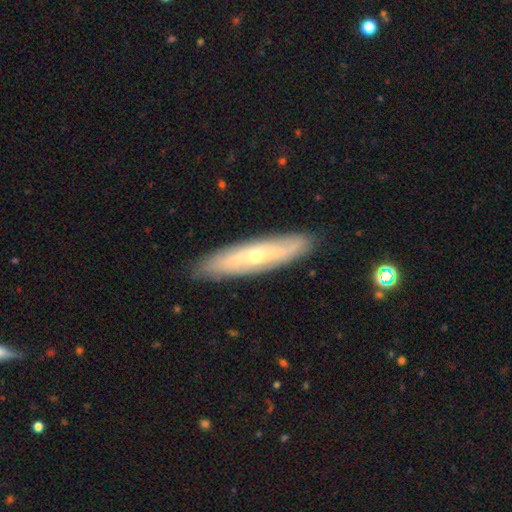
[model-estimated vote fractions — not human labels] Q: Smooth or featured?
A: featured or disk (64%); runner-up: smooth (30%)
Q: Edge-on disk?
A: yes (51%); runner-up: no (49%)
Q: Merging?
A: none (88%); runner-up: minor disturbance (9%)